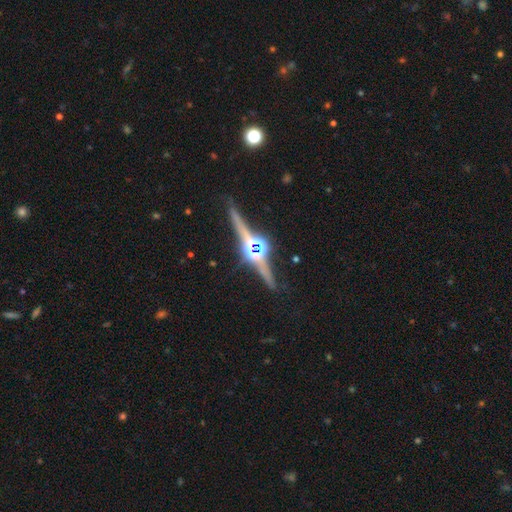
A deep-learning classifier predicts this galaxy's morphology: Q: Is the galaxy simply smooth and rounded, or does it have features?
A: featured or disk — 75%.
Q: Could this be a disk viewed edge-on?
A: yes — 96%.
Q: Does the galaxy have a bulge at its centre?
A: rounded — 78%.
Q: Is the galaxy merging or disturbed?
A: none — 83%.